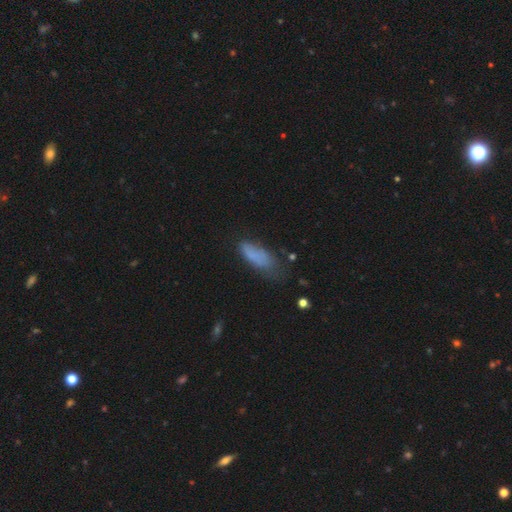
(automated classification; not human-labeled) A smooth galaxy with no disk features (74%) that is in between round and cigar-shaped (68%).

Vote fractions:
- Smooth or featured? smooth: 74% / featured or disk: 16% / star or artifact: 10%
- How rounded? in between: 68% / cigar-shaped: 29% / round: 2%
- Merging? none: 42% / minor disturbance: 33% / major disturbance: 20% / merger: 4%